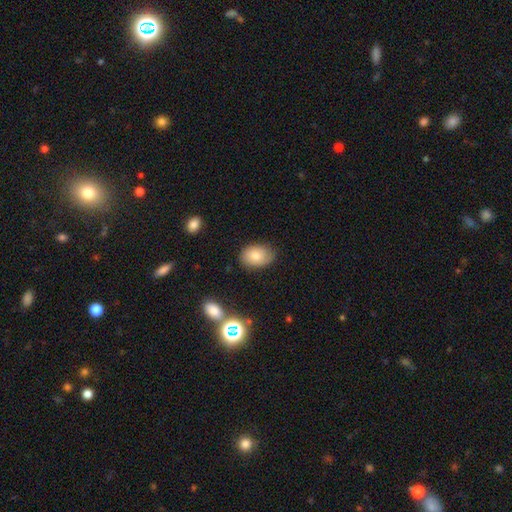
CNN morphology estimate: This is likely a smooth galaxy (76%). How rounded: clearly in between (84%). Merging: likely none (77%).